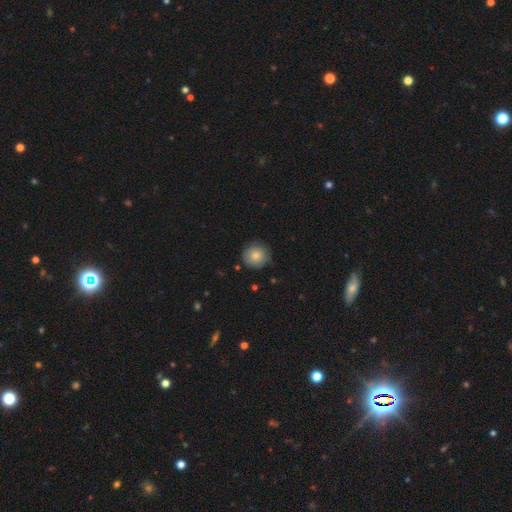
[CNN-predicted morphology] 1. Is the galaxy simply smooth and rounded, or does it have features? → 81% smooth, 11% featured or disk, 8% star or artifact.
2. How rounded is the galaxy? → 94% round, 5% in between, 1% cigar-shaped.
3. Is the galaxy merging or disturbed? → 83% none, 14% minor disturbance, 3% major disturbance, 1% merger.